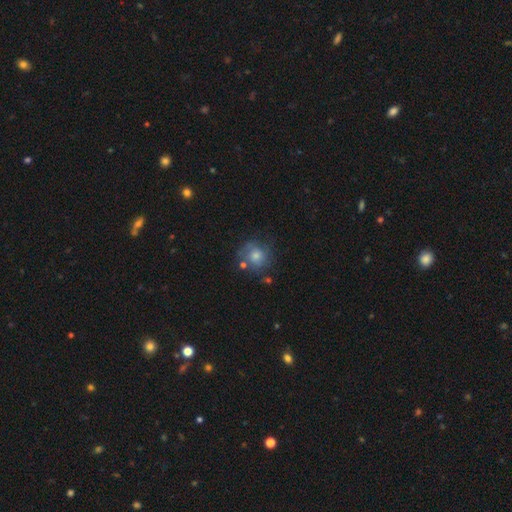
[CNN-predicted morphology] Smooth or featured? smooth (54%)
How rounded? round (85%)
Merging? none (67%)